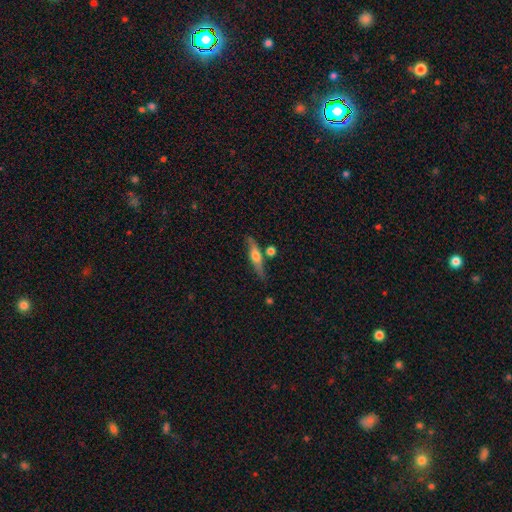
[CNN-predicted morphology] smooth_or_featured: featured or disk (p=0.53) [alt: smooth p=0.40]
disk_edge_on: yes (p=0.90) [alt: no p=0.10]
merging: none (p=0.75) [alt: minor disturbance p=0.13]